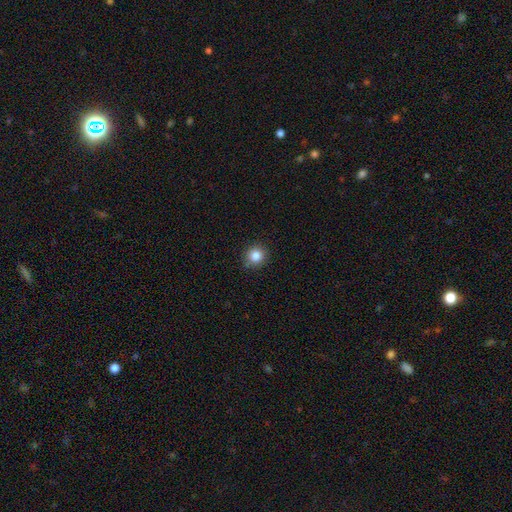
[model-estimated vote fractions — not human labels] This appears to be a smooth galaxy with no disk features (84%) that is round (91%). Merging: none (87%).